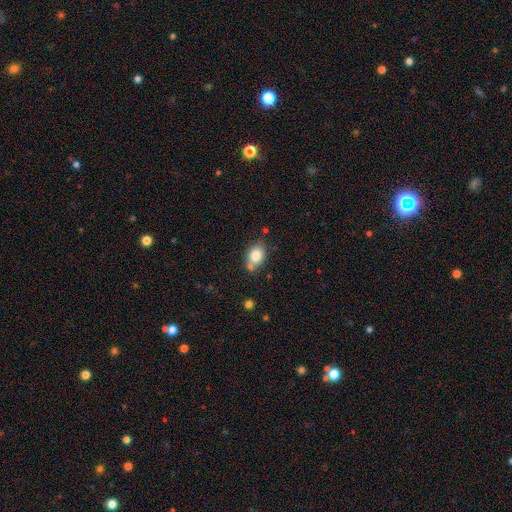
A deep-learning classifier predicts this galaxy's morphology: This appears to be a smooth galaxy with no disk features (81%) that is in between round and cigar-shaped (76%). Merging: none (64%).